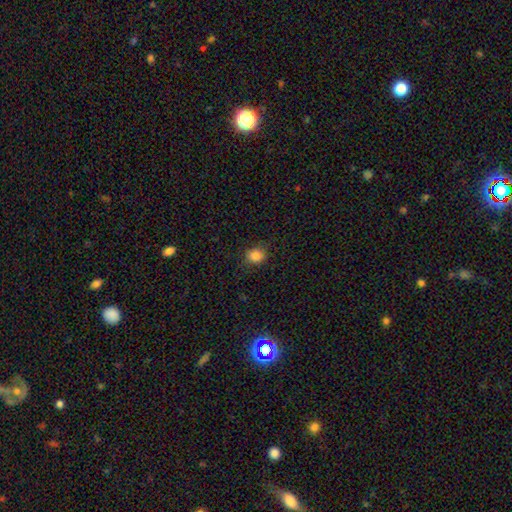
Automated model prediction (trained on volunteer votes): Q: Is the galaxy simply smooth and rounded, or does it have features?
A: smooth — 85%.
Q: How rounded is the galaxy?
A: round — 70%.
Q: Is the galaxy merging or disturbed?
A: none — 84%.